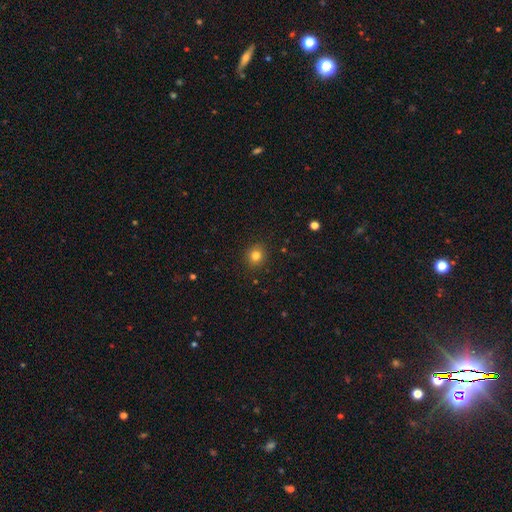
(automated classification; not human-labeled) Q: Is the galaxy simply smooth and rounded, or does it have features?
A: smooth — 81%.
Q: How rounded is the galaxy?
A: round — 84%.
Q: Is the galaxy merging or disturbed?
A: none — 91%.